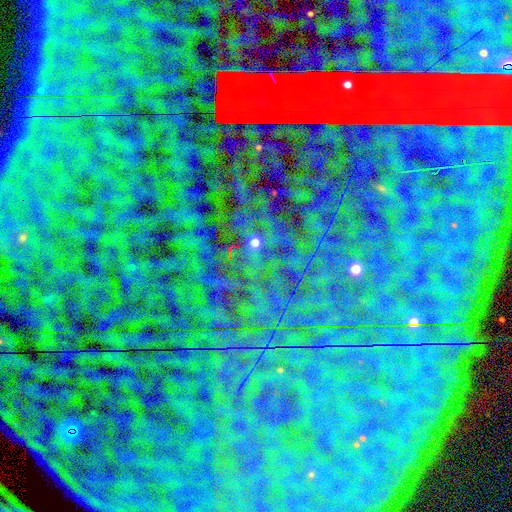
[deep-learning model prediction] The model was most divided on "smooth or featured": star or artifact: 83%, smooth: 10%, featured or disk: 7%.